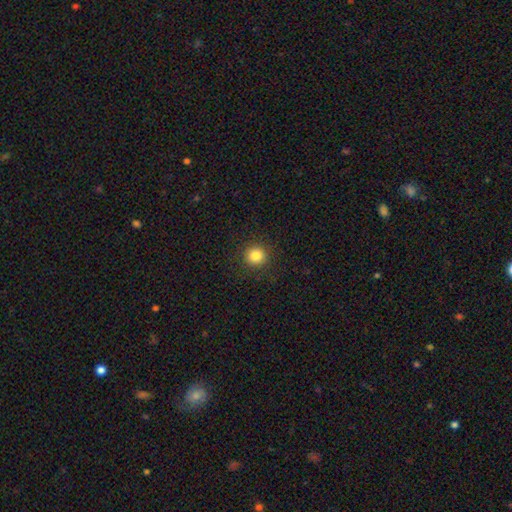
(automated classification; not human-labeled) Overall: smooth (83%). How rounded: round (94%). Merging: none (91%).